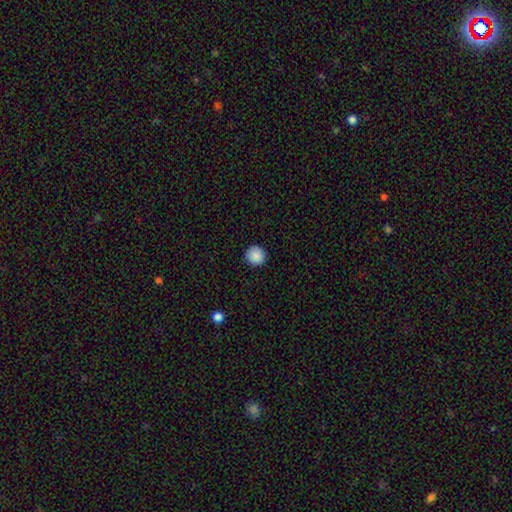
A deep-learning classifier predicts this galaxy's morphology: The model was most divided on "smooth or featured": smooth: 89%, star or artifact: 8%, featured or disk: 3%. More confident: how rounded — round (94%); merging — none (93%).